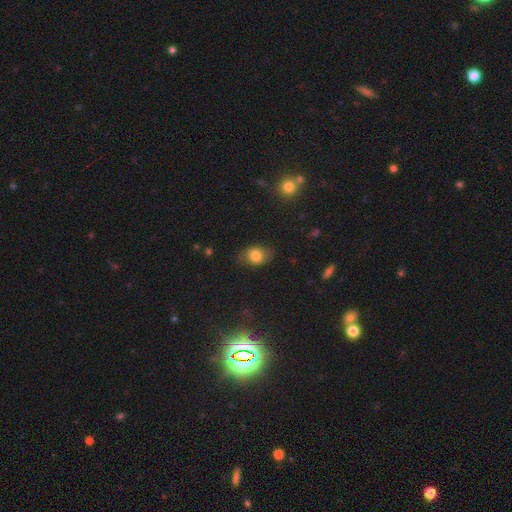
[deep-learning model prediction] Smooth or featured: smooth — 78% (featured or disk — 12%)
How rounded: in between — 73% (round — 25%)
Merging: none — 76% (minor disturbance — 17%)